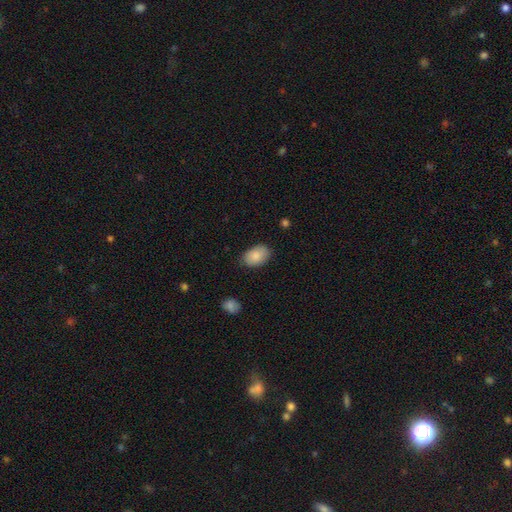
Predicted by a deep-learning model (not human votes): smooth 87%, star or artifact 7%, featured or disk 7%. Down the decision tree: how rounded — in between (88%); merging — none (80%).